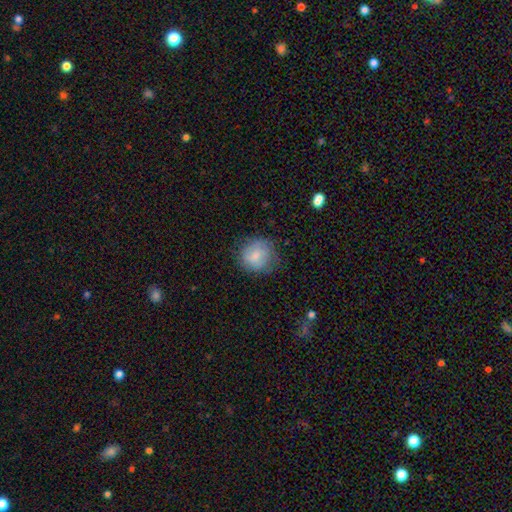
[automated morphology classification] type=smooth (75%); roundness=round (83%); merging=none (68%).